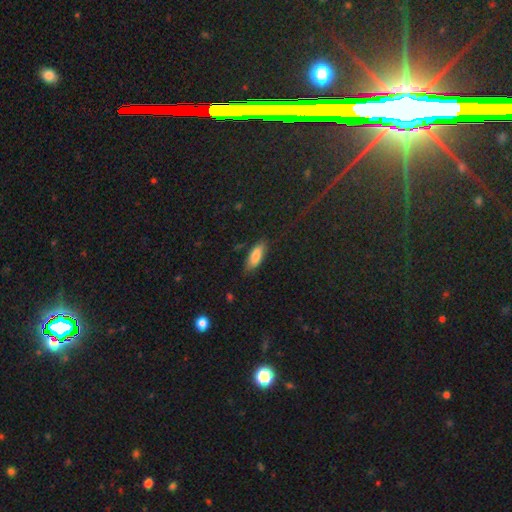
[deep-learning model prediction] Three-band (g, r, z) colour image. It shows a smooth galaxy with no disk features (83%) that is in between round and cigar-shaped (70%). Merging: none (77%).